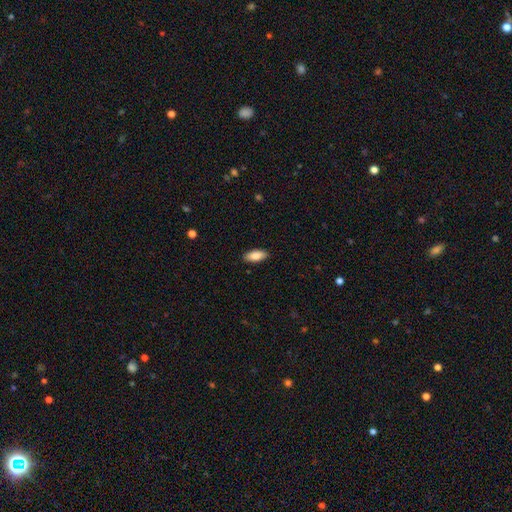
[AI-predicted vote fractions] smooth 87%, featured or disk 7%, star or artifact 6%. Down the decision tree: how rounded — in between (84%); merging — none (88%).